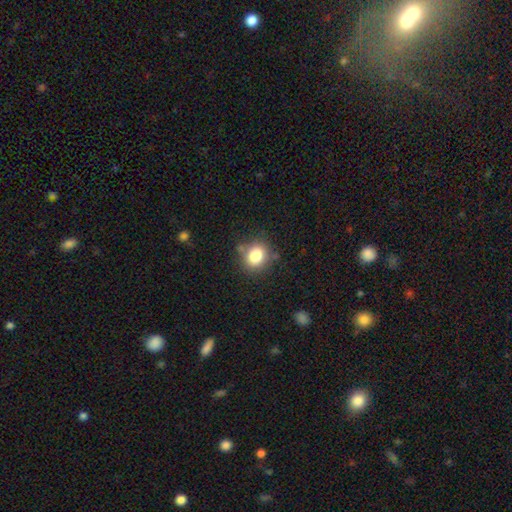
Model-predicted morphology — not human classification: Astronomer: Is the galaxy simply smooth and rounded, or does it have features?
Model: smooth — 82%.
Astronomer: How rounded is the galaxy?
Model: round — 70%.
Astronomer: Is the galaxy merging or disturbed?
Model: none — 78%.